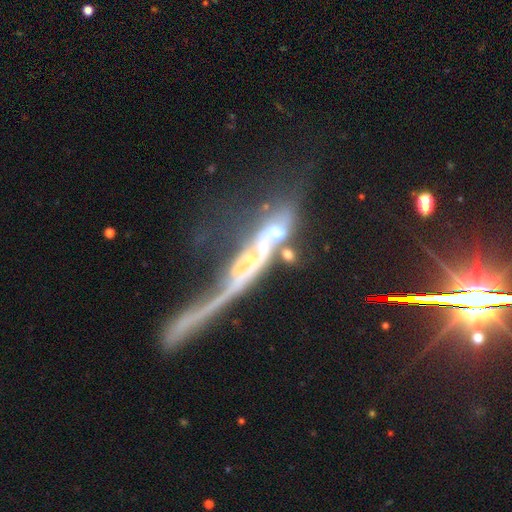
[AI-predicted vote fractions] A featured or disk galaxy (66%). Merging: merger (46%).